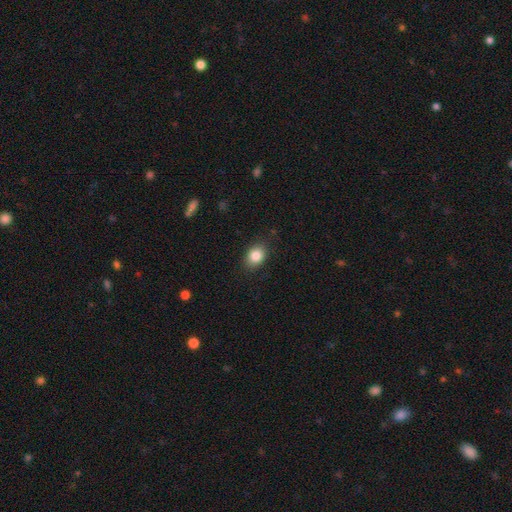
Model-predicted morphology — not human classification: smooth_or_featured: smooth (p=0.85) [alt: star or artifact p=0.09]
how_rounded: in between (p=0.61) [alt: round p=0.38]
merging: none (p=0.85) [alt: minor disturbance p=0.11]